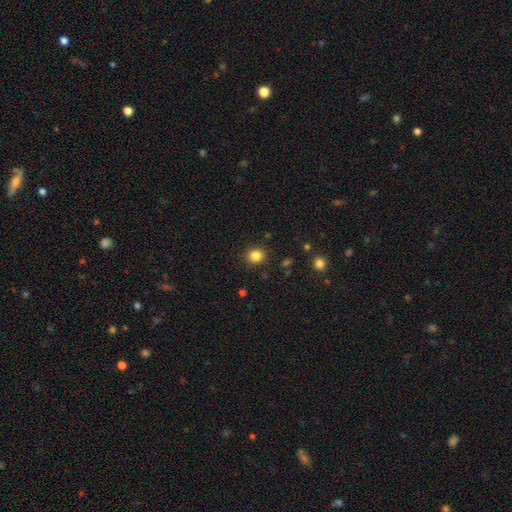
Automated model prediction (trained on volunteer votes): smooth-or-featured: smooth: 84% | star or artifact: 12% | featured or disk: 4%
  how-rounded: round: 73% | in between: 27% | cigar-shaped: 1%
  merging: none: 90% | minor disturbance: 7% | major disturbance: 2% | merger: 1%